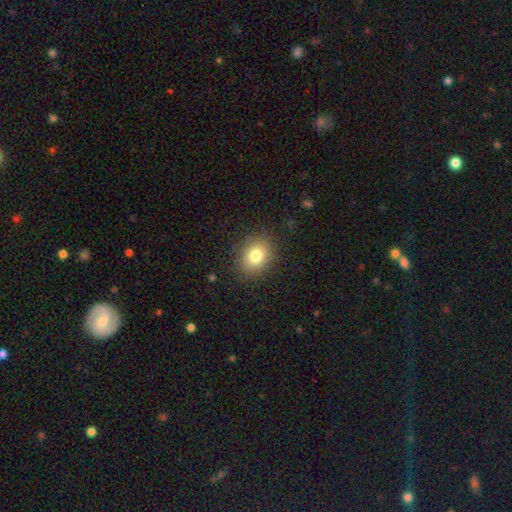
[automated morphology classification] Smooth or featured? Predicted: smooth (p=0.80). How rounded? Predicted: in between (p=0.54). Merging? Predicted: none (p=0.87).